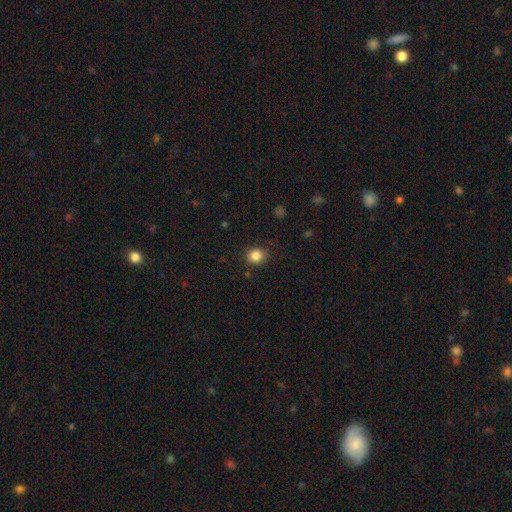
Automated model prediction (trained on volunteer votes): Overall: smooth (85%). How rounded: round (77%). Merging: none (88%).